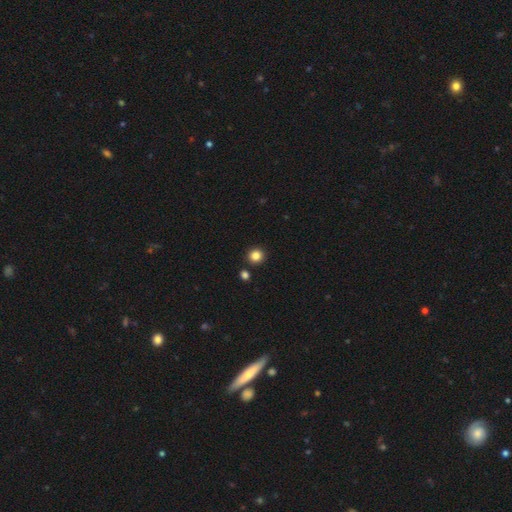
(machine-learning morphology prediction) Smooth or featured? smooth (85%)
How rounded? round (91%)
Merging? none (89%)